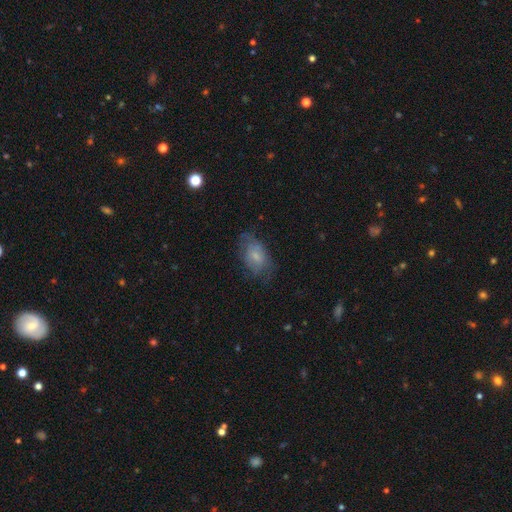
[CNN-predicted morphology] This is possibly a smooth galaxy (54%). How rounded: clearly in between (88%). Merging: possibly none (56%).